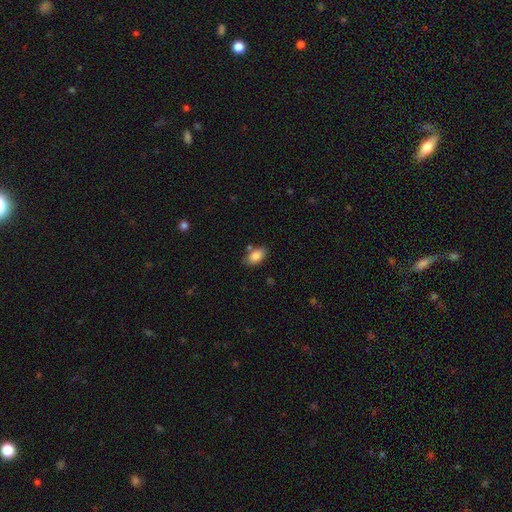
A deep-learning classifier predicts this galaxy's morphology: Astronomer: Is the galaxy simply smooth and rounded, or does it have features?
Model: smooth — 86%.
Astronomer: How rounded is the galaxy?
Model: in between — 91%.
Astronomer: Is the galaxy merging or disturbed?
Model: none — 71%.